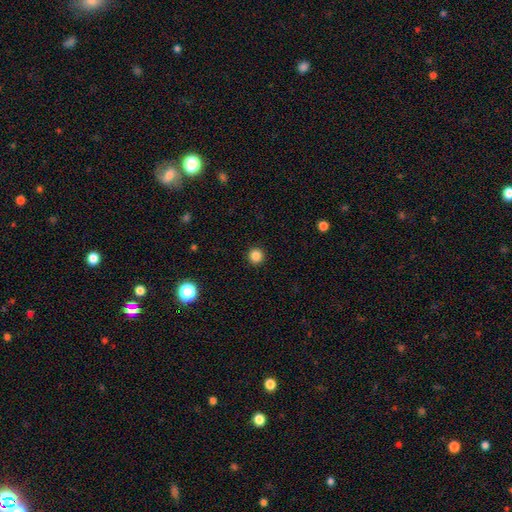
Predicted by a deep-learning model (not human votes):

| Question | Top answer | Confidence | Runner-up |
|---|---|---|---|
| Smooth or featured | smooth | 85% | star or artifact (11%) |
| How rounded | round | 95% | in between (4%) |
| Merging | none | 93% | minor disturbance (4%) |